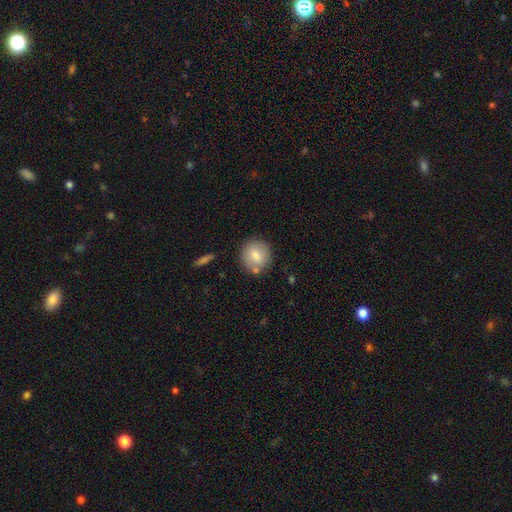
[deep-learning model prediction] A smooth galaxy with no disk features (76%) that is round (86%). Merging: none (77%).